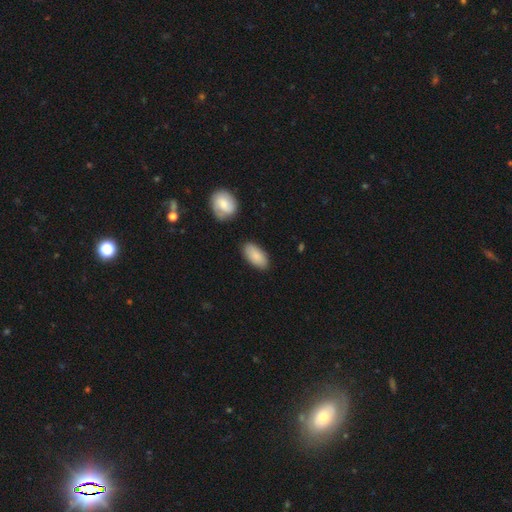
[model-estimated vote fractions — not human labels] Overall: smooth (87%). How rounded: in between (93%). Merging: none (83%).